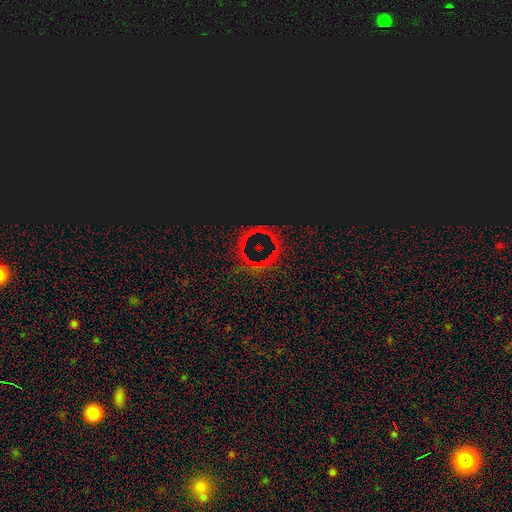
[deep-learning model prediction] Smooth or featured? Predicted: star or artifact (p=0.70).